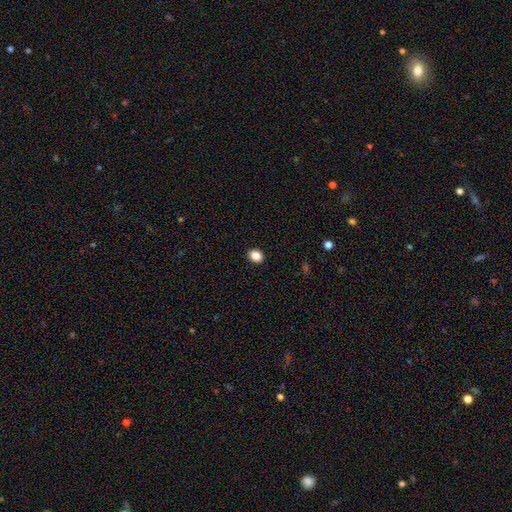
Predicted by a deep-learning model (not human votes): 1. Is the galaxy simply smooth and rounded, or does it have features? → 87% smooth, 9% star or artifact, 4% featured or disk.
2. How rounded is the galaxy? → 66% in between, 33% round, 1% cigar-shaped.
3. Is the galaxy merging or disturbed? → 91% none, 6% minor disturbance, 2% major disturbance, 1% merger.